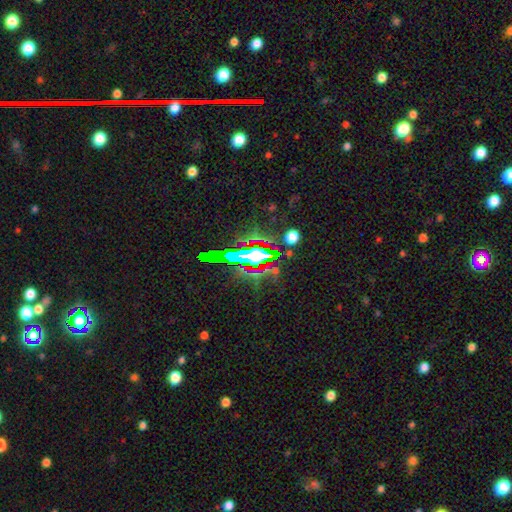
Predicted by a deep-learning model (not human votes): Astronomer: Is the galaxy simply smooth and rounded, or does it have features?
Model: star or artifact — 58%.